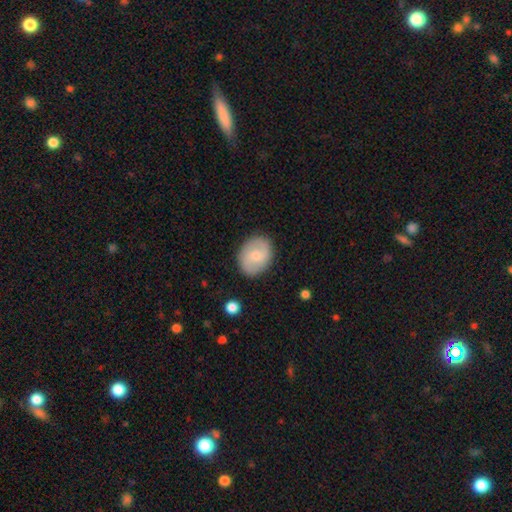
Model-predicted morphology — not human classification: This is possibly a featured or disk galaxy (48%). Merging: clearly none (85%).